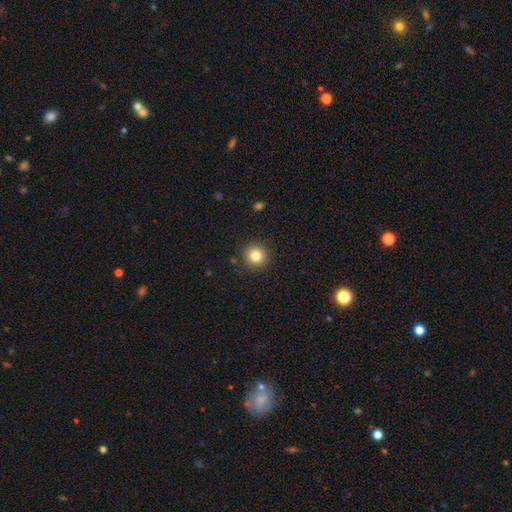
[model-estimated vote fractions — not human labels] The model was most divided on "smooth or featured": smooth: 81%, star or artifact: 12%, featured or disk: 7%. More confident: how rounded — round (95%); merging — none (91%).